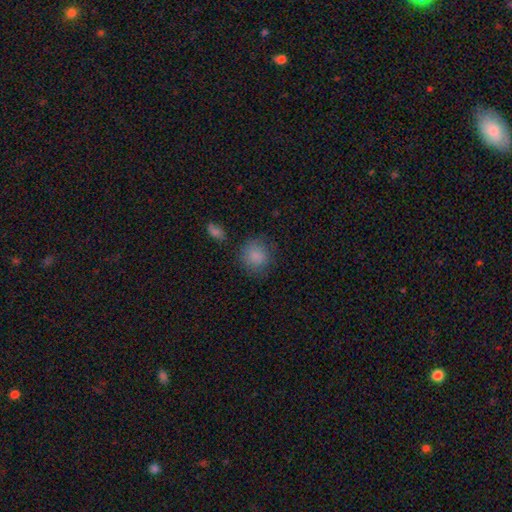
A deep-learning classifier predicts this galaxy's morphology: This appears to be a smooth galaxy with no disk features (86%) that is round (85%). Merging: none (79%).